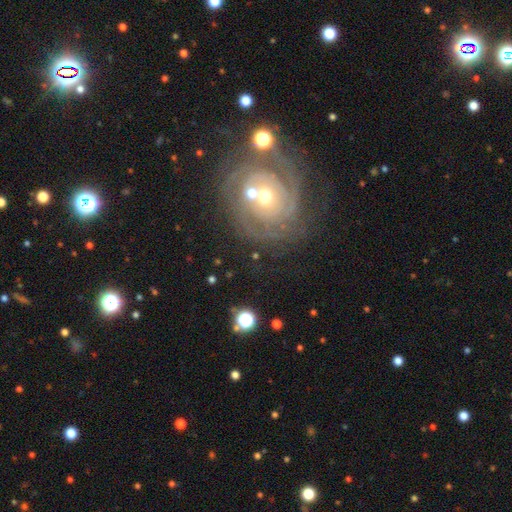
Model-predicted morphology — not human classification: Smooth or featured? Predicted: featured or disk (p=0.78). Edge-on disk? Predicted: no (p=0.97). Bar? Predicted: no (p=0.76). Spiral arms? Predicted: yes (p=0.92). Spiral winding? Predicted: tight (p=0.77). Spiral arm count? Predicted: 2 (p=0.29). Bulge size? Predicted: moderate (p=0.59). Merging? Predicted: none (p=0.60).